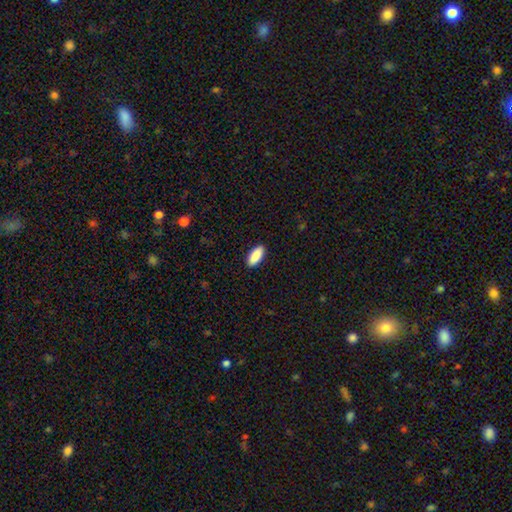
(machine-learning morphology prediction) smooth 90%, star or artifact 6%, featured or disk 4%. Down the decision tree: how rounded — in between (83%); merging — none (90%).